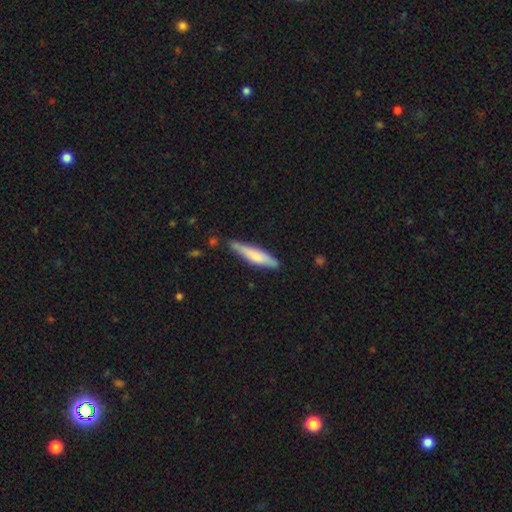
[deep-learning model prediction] This appears to be a smooth galaxy with no disk features (67%) that is cigar-shaped (84%). Merging: none (77%).